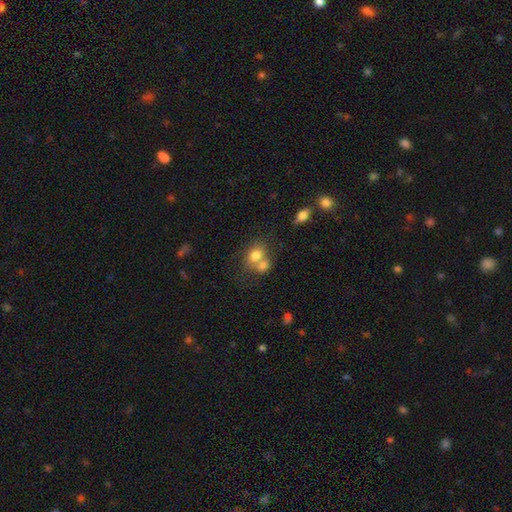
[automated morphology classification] Smooth or featured: smooth — 76% (featured or disk — 14%)
How rounded: in between — 61% (round — 38%)
Merging: merger — 50% (none — 36%)